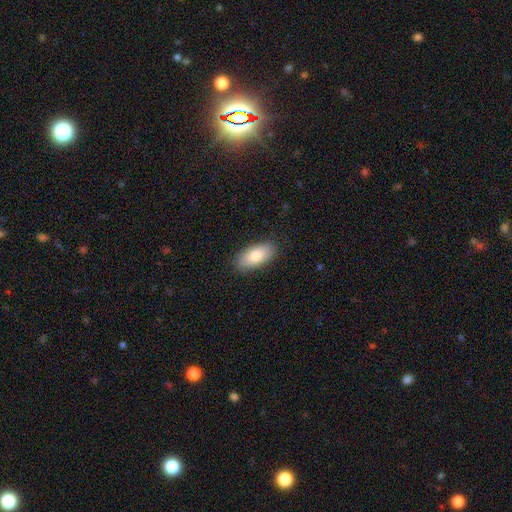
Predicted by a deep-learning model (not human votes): The model was most divided on "smooth or featured": smooth: 80%, featured or disk: 13%, star or artifact: 6%. More confident: how rounded — in between (92%); merging — none (87%).